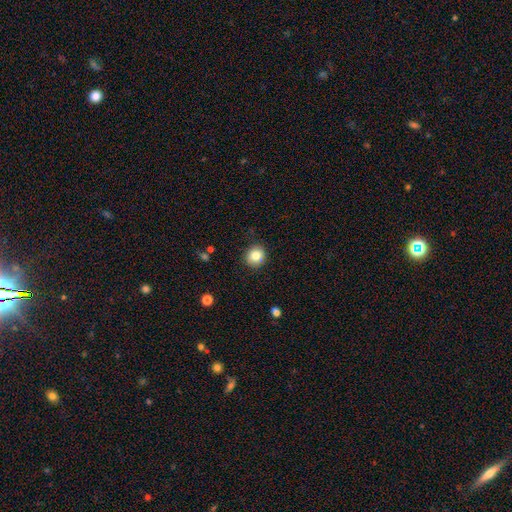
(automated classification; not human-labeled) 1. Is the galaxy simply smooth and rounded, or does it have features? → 83% smooth, 10% star or artifact, 7% featured or disk.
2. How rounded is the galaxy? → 86% round, 13% in between, 1% cigar-shaped.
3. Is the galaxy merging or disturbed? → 88% none, 8% minor disturbance, 2% major disturbance, 1% merger.